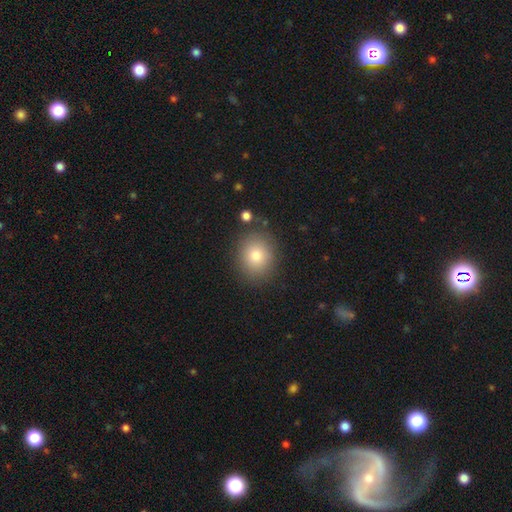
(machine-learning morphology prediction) This appears to be a smooth galaxy with no disk features (79%) that is round (72%). Merging: none (85%).